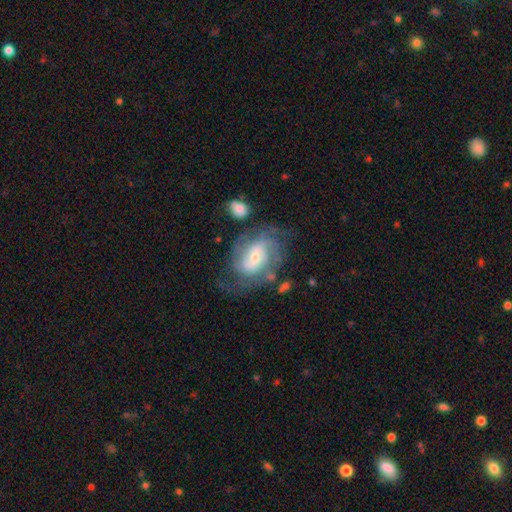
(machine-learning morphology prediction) This appears to be a featured or disk galaxy (78%) with a weak bar (49%), tight (45%) spiral arms (89%) and a small central bulge (56%). Merging: none (55%).